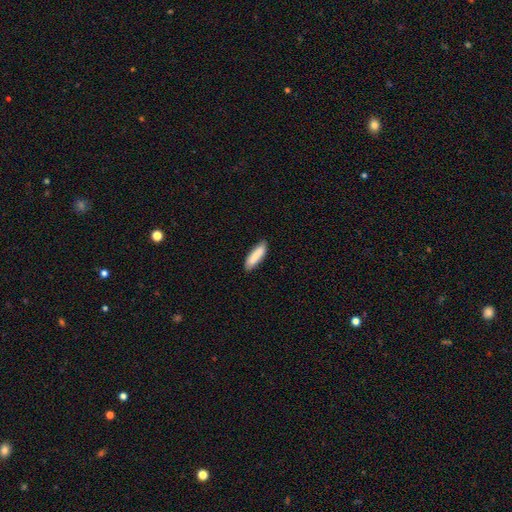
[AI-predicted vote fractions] This appears to be a smooth galaxy with no disk features (86%) that is cigar-shaped (62%). Merging: none (86%).